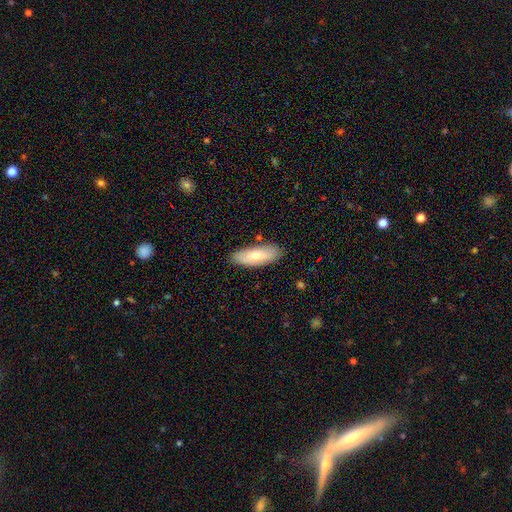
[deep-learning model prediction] This appears to be a smooth galaxy with no disk features (66%) that is in between round and cigar-shaped (69%). Merging: none (85%).